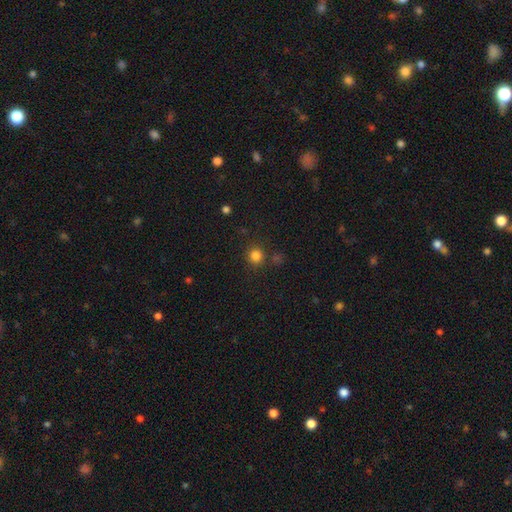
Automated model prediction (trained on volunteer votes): Smooth or featured: smooth — 82% (star or artifact — 14%)
How rounded: round — 93% (in between — 6%)
Merging: none — 81% (minor disturbance — 8%)